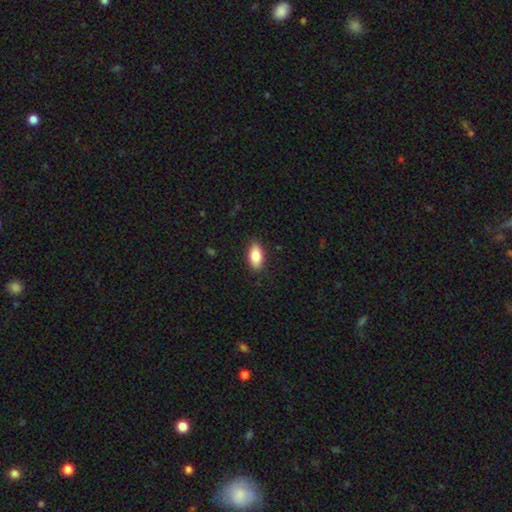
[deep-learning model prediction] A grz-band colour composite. It shows a smooth galaxy with no disk features (84%) that is in between round and cigar-shaped (89%). Merging: none (87%).